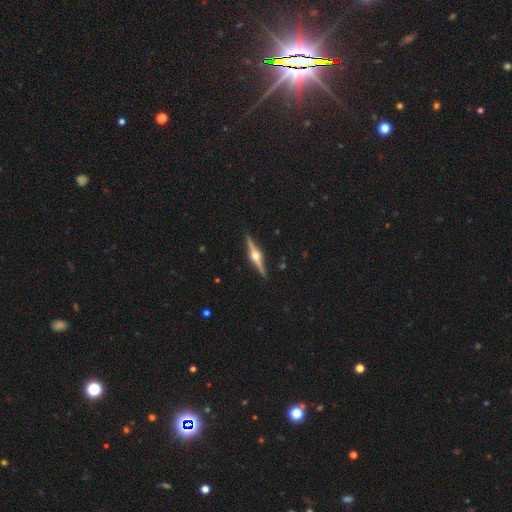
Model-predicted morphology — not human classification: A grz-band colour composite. It shows a featured or disk galaxy (86%) viewed edge-on (98%) with a rounded central bulge (96%). Merging: none (92%).